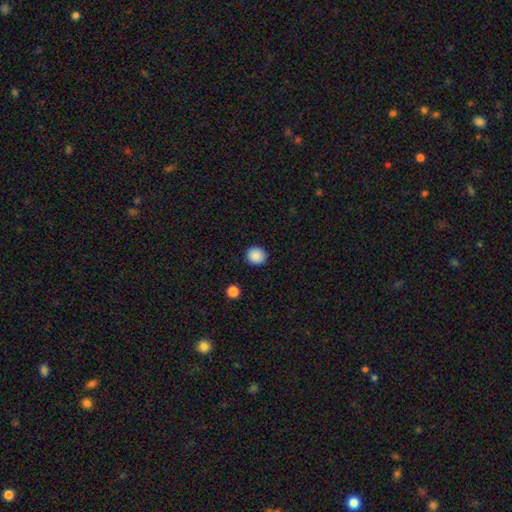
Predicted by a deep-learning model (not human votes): Smooth or featured?
  - smooth: 88% *
  - star or artifact: 9%
  - featured or disk: 3%
How rounded?
  - round: 89% *
  - in between: 10%
  - cigar-shaped: 1%
Merging?
  - none: 92% *
  - minor disturbance: 5%
  - major disturbance: 2%
  - merger: 1%